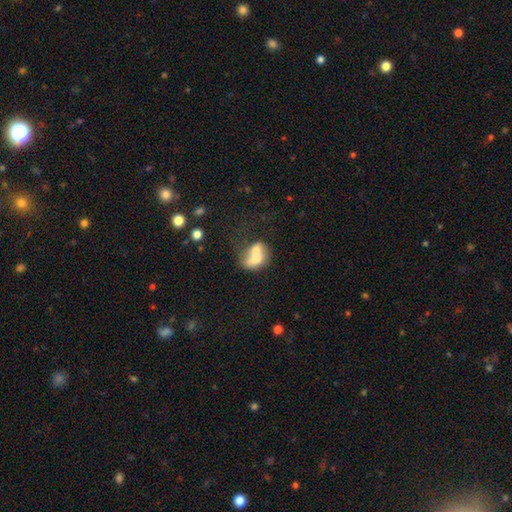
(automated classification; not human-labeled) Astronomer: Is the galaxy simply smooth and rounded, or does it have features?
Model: smooth — 64%.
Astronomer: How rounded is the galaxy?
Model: in between — 70%.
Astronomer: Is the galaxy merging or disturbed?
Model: merger — 60%.